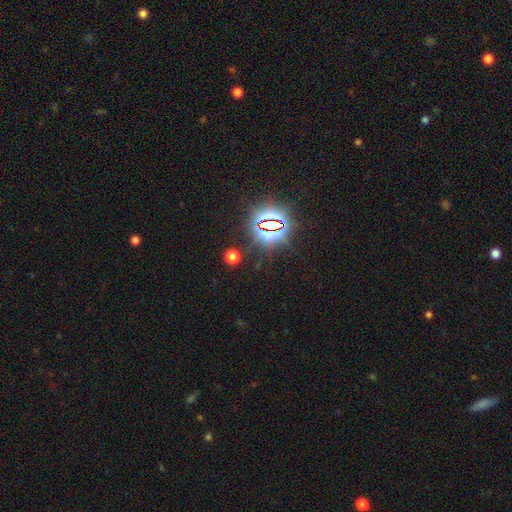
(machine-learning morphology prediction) smooth_or_featured: star or artifact (p=0.84) [alt: smooth p=0.10]